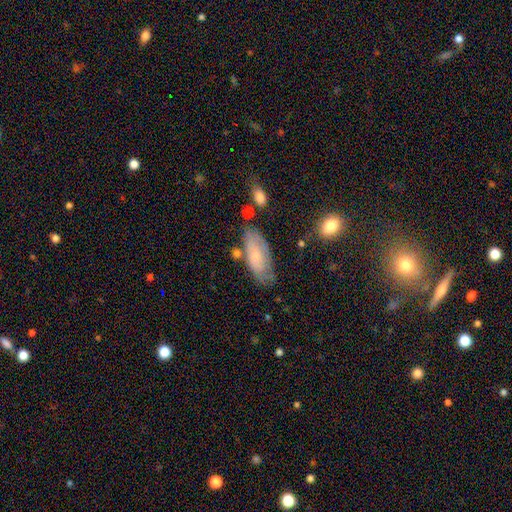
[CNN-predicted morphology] A smooth galaxy with no disk features (59%) that is in between round and cigar-shaped (83%).

Vote fractions:
- Smooth or featured? smooth: 59% / featured or disk: 33% / star or artifact: 8%
- How rounded? in between: 83% / cigar-shaped: 14% / round: 2%
- Merging? none: 61% / minor disturbance: 25% / major disturbance: 8% / merger: 6%